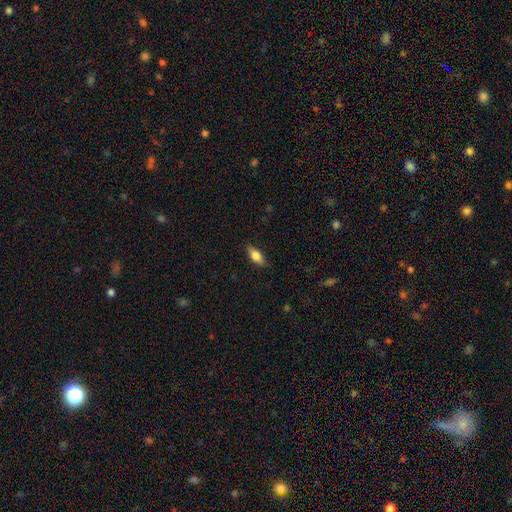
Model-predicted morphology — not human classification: The model was most divided on "smooth or featured": smooth: 72%, featured or disk: 21%, star or artifact: 7%. More confident: merging — none (87%); how rounded — in between (76%).